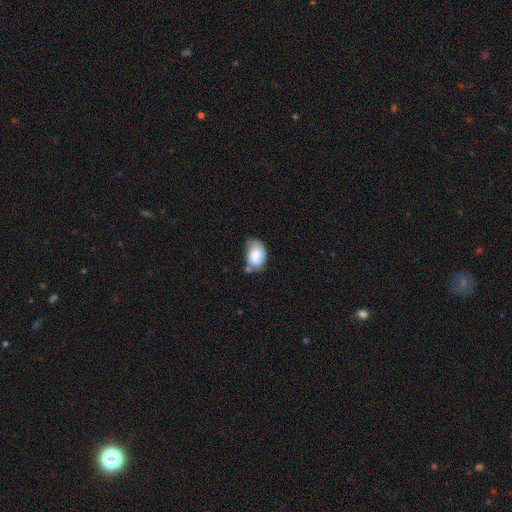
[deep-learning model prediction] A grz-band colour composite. It shows a smooth galaxy with no disk features (77%) that is in between round and cigar-shaped (86%). Merging: none (42%).